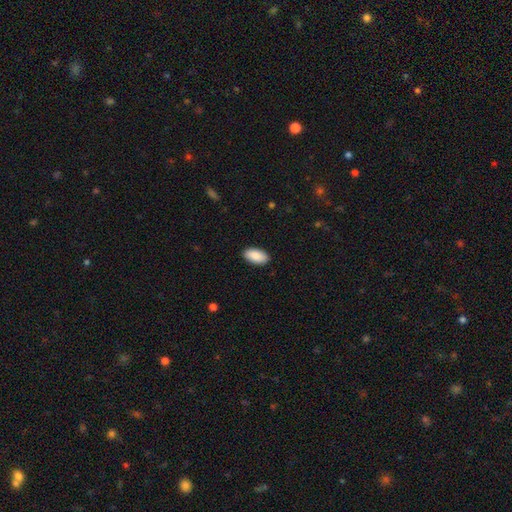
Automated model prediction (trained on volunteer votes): smooth_or_featured: smooth (p=0.90) [alt: star or artifact p=0.06]
how_rounded: in between (p=0.95) [alt: cigar-shaped p=0.03]
merging: none (p=0.90) [alt: minor disturbance p=0.07]